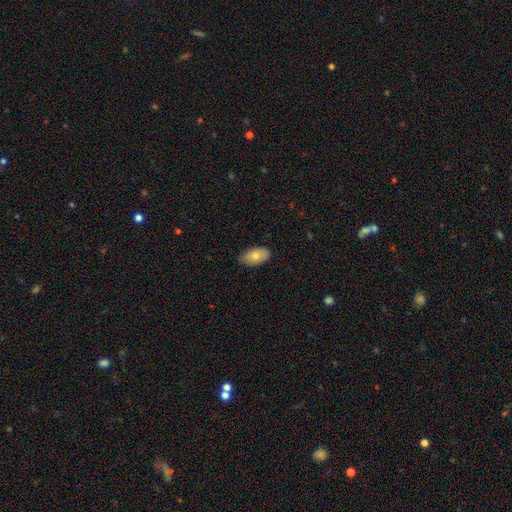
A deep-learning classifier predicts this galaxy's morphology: This is likely a smooth galaxy (74%). How rounded: clearly in between (93%). Merging: clearly none (82%).